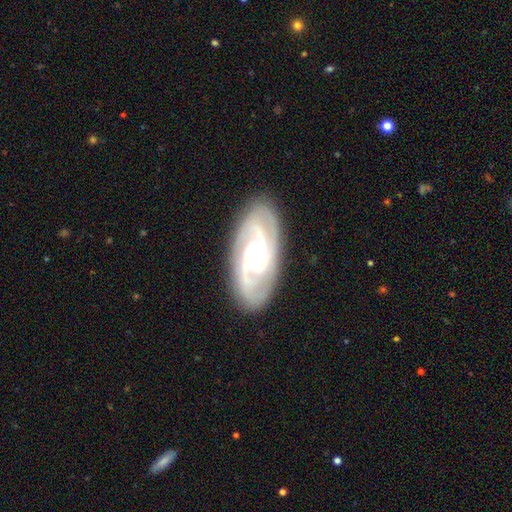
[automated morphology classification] smooth-or-featured: featured or disk: 86% | smooth: 9% | star or artifact: 5%
  disk-edge-on: no: 94% | yes: 6%
    bar: no: 46% | weak: 39% | strong: 15%
    has-spiral-arms: yes: 96% | no: 4%
      spiral-winding: tight: 58% | medium: 35% | loose: 7%
      spiral-arm-count: 3: 36% | 2: 29% | can't tell: 16% | 4: 10% | more than 4: 4% | 1: 4%
    bulge-size: moderate: 65% | large: 16% | small: 16% | dominant: 1% | none: 1%
  merging: none: 84% | minor disturbance: 12% | major disturbance: 3% | merger: 1%